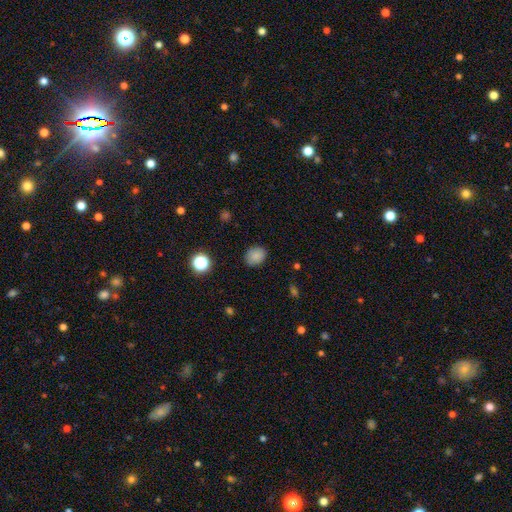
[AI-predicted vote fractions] smooth-or-featured: smooth: 84% | star or artifact: 12% | featured or disk: 4%
  how-rounded: round: 56% | in between: 43% | cigar-shaped: 1%
  merging: none: 84% | minor disturbance: 12% | major disturbance: 3% | merger: 1%